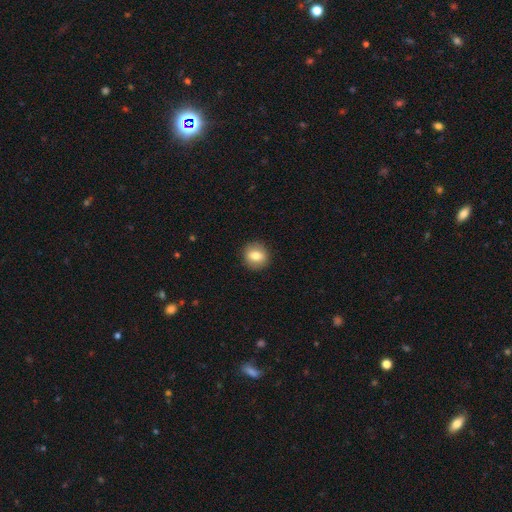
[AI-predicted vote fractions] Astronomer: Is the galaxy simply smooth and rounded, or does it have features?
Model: smooth — 76%.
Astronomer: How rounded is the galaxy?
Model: round — 81%.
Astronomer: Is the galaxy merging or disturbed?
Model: none — 90%.